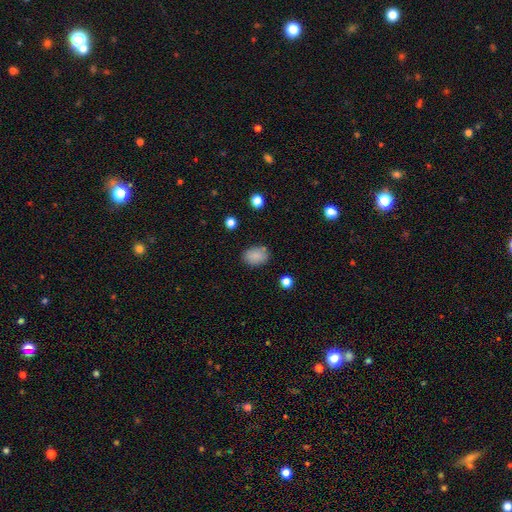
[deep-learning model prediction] This appears to be a smooth galaxy with no disk features (86%) that is in between round and cigar-shaped (75%). Merging: none (80%).